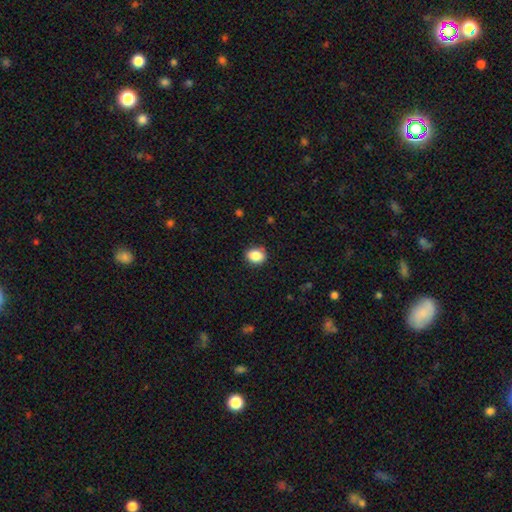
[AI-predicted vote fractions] This appears to be a smooth galaxy with no disk features (88%) that is in between round and cigar-shaped (57%). Merging: none (87%).